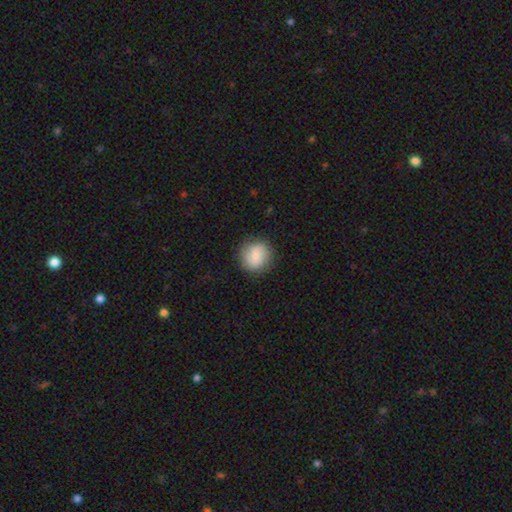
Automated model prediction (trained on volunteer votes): smooth-or-featured: smooth: 75% | featured or disk: 18% | star or artifact: 7%
  how-rounded: round: 90% | in between: 9% | cigar-shaped: 1%
  merging: none: 87% | minor disturbance: 9% | major disturbance: 3% | merger: 1%